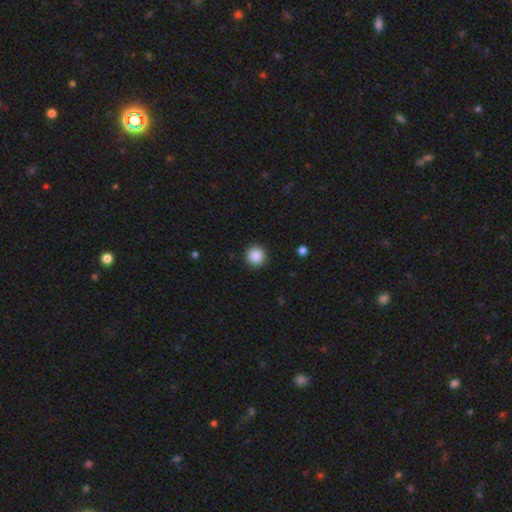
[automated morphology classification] smooth 88%, star or artifact 9%, featured or disk 3%. Down the decision tree: how rounded — round (95%); merging — none (92%).